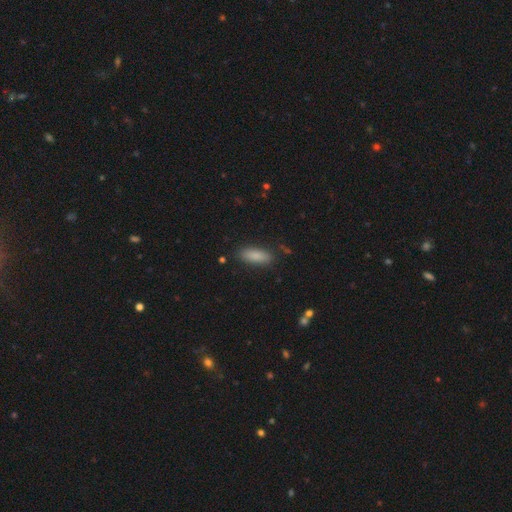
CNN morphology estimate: Overall: smooth (86%). How rounded: in between (68%; cigar-shaped 30%). Merging: none (84%).